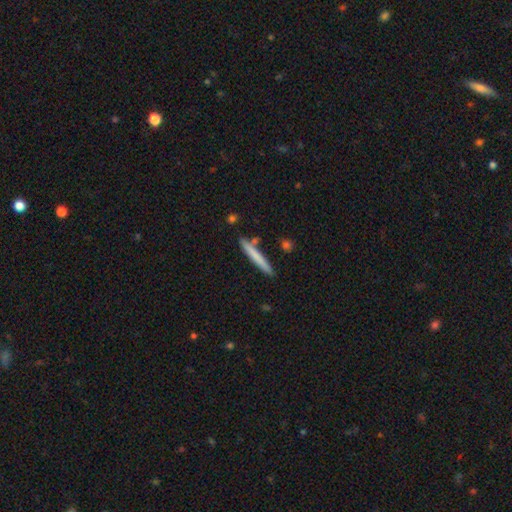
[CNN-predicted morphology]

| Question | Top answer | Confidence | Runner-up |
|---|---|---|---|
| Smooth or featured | smooth | 71% | featured or disk (23%) |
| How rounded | cigar-shaped | 96% | in between (3%) |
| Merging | none | 83% | minor disturbance (10%) |